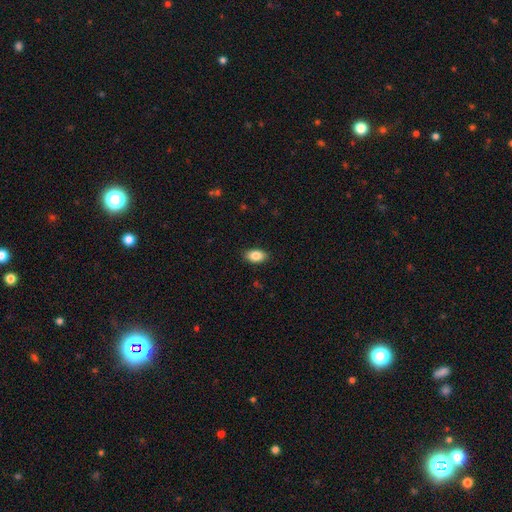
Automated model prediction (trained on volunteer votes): Q: Smooth or featured?
A: smooth (86%); runner-up: star or artifact (8%)
Q: How rounded?
A: in between (91%); runner-up: round (7%)
Q: Merging?
A: none (87%); runner-up: minor disturbance (9%)